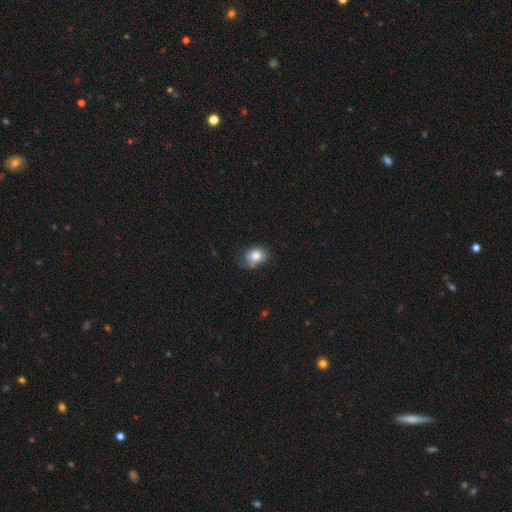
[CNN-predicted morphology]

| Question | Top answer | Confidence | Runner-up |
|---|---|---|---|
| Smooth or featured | smooth | 79% | featured or disk (12%) |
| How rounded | in between | 55% | round (44%) |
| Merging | none | 50% | minor disturbance (34%) |